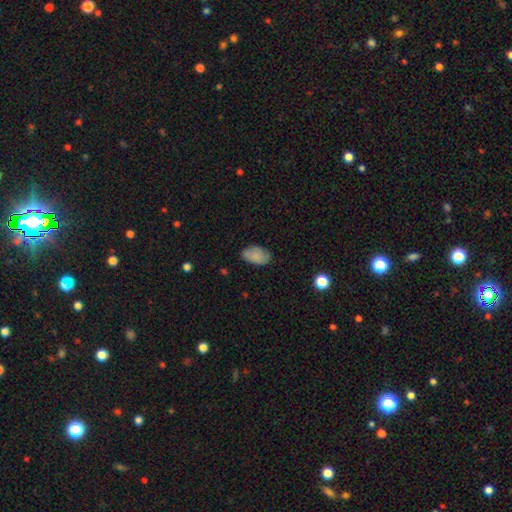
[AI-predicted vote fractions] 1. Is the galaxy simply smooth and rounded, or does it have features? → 81% smooth, 11% featured or disk, 8% star or artifact.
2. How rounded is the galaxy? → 93% in between, 6% round, 1% cigar-shaped.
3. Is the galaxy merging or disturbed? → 79% none, 16% minor disturbance, 4% major disturbance, 1% merger.